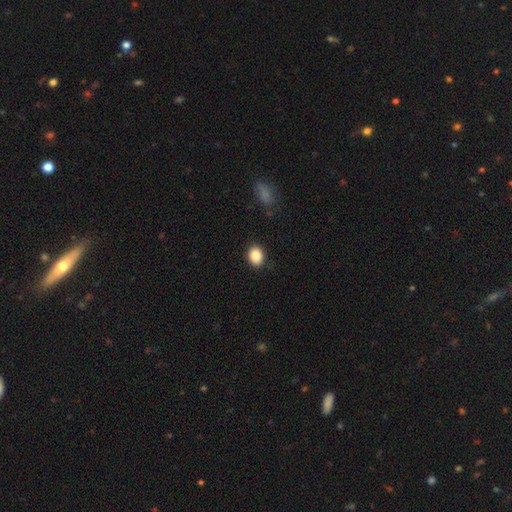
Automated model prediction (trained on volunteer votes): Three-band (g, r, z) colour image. It shows a smooth galaxy with no disk features (88%) that is in between round and cigar-shaped (54%). Merging: none (88%).